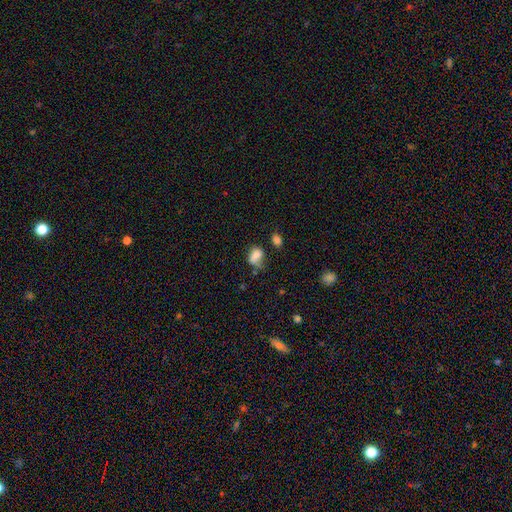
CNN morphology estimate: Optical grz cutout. It shows a smooth galaxy with no disk features (73%) that is in between round and cigar-shaped (70%). Merging: none (31%).